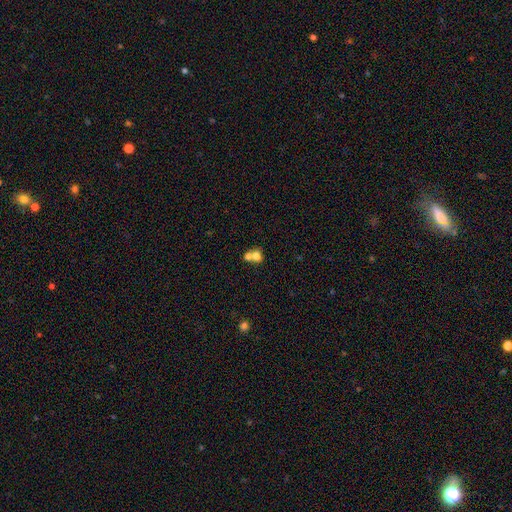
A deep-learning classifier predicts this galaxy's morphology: Overall: smooth (72%). How rounded: round (62%; in between 37%). Merging: merger (66%; none 26%).